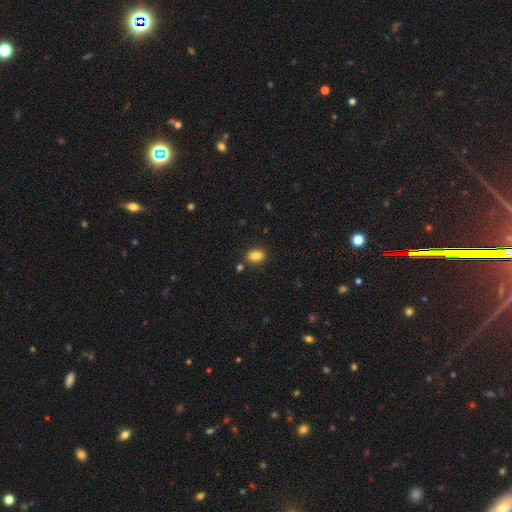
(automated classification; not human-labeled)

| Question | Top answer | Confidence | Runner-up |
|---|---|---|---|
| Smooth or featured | smooth | 84% | star or artifact (10%) |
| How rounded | in between | 77% | round (22%) |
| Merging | none | 82% | minor disturbance (10%) |